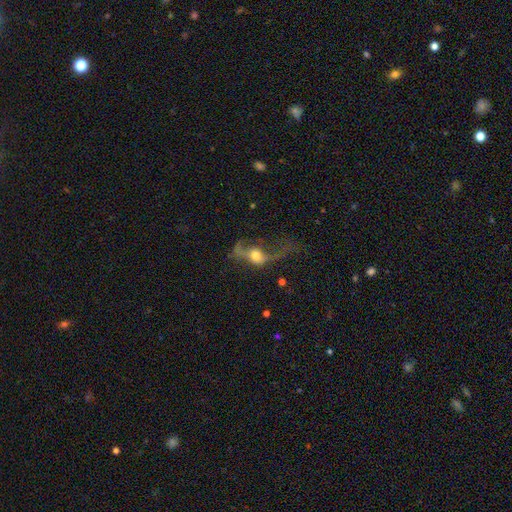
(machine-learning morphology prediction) featured or disk 49%, smooth 39%, star or artifact 11%. Down the decision tree: merging — major disturbance (58%).